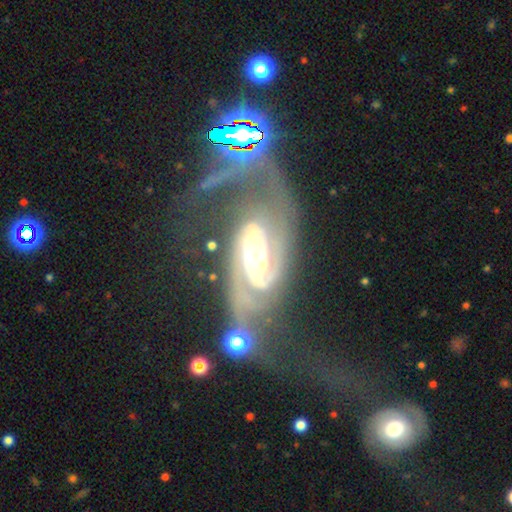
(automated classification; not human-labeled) Overall: featured or disk (89%). Edge-on disk: no (95%). Bar: strong (37%; weak 35%). Spiral arms: yes (96%). Spiral arm count: 2 (79%). Spiral winding: medium (45%; tight 38%). Bulge size: moderate (54%; large 29%). Merging: none (38%; major disturbance 32%).